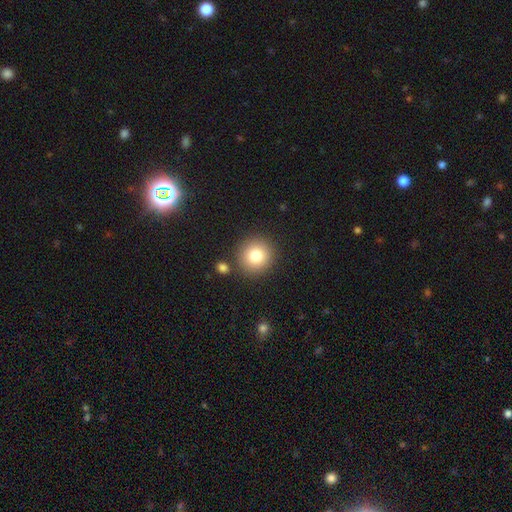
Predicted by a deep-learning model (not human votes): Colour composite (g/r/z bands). It shows a smooth galaxy with no disk features (81%) that is round (92%). Merging: none (86%).